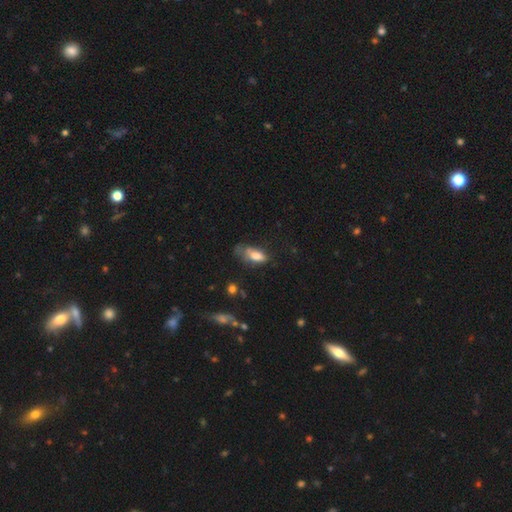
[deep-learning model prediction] Morphology: type=smooth (72%); roundness=in between (81%); merging=minor disturbance (34%).